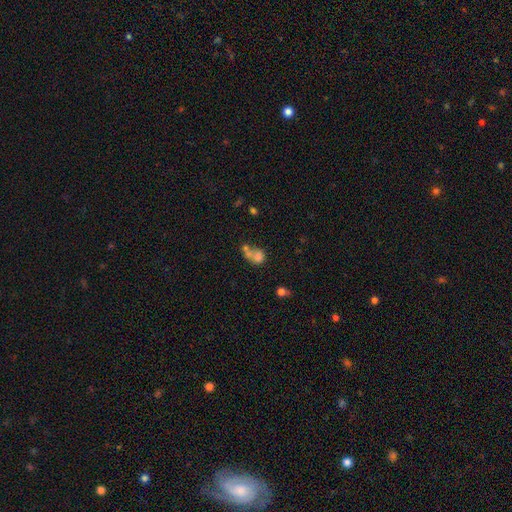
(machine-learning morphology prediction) Overall: smooth (66%). How rounded: round (58%; in between 40%). Merging: merger (60%; none 23%).